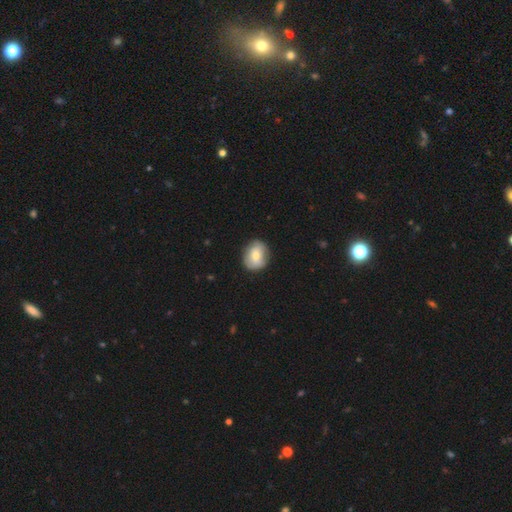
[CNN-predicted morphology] Smooth or featured: smooth — 66% (featured or disk — 28%)
How rounded: round — 56% (in between — 43%)
Merging: none — 81% (minor disturbance — 14%)